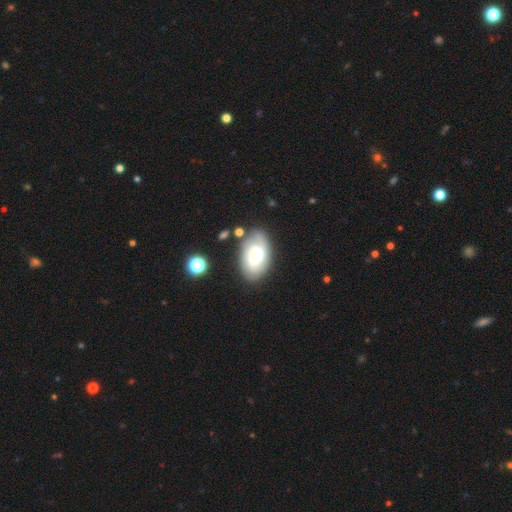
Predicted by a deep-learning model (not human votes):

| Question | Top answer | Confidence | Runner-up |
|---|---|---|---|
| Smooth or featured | featured or disk | 70% | smooth (24%) |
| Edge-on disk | no | 96% | yes (4%) |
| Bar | no | 63% | weak (31%) |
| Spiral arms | yes | 93% | no (7%) |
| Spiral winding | tight | 59% | medium (32%) |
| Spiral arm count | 2 | 32% | can't tell (31%) |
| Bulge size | moderate | 43% | small (40%) |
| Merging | none | 72% | minor disturbance (18%) |